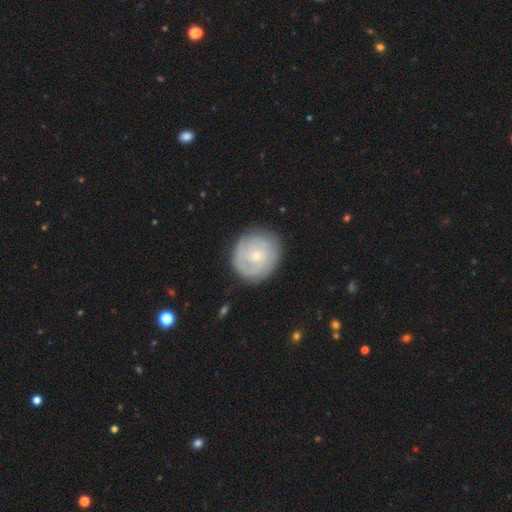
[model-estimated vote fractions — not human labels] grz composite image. It shows a featured or disk galaxy (70%) with no bar (76%), tight (73%) spiral arms (90%) and a small central bulge (78%). Merging: none (83%).